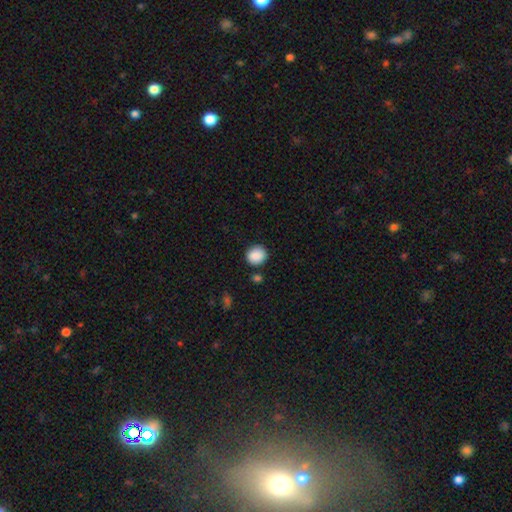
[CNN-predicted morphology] A smooth galaxy with no disk features (89%) that is round (83%). Merging: none (83%).